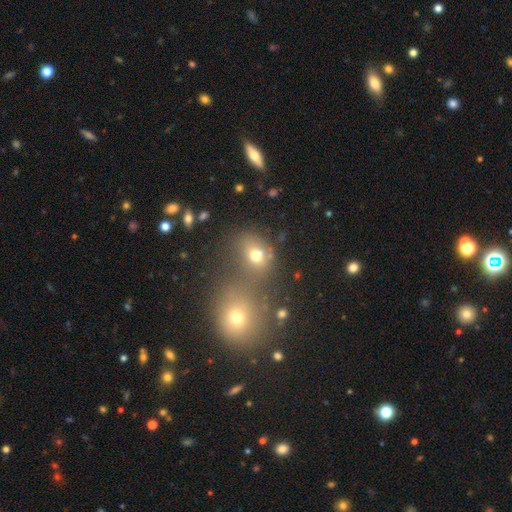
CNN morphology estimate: smooth-or-featured: smooth: 66% | star or artifact: 20% | featured or disk: 14%
  how-rounded: round: 54% | in between: 44% | cigar-shaped: 2%
  merging: merger: 48% | none: 35% | minor disturbance: 10% | major disturbance: 7%